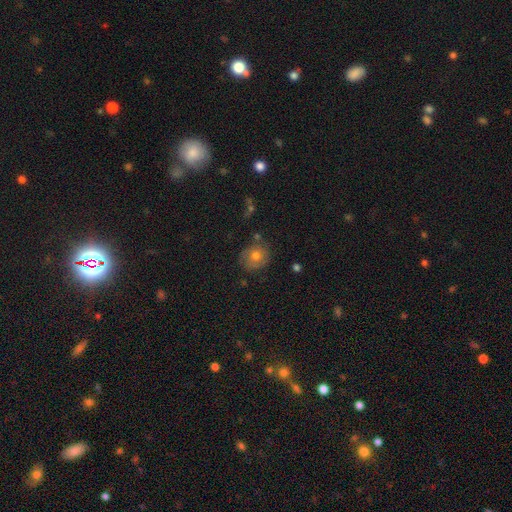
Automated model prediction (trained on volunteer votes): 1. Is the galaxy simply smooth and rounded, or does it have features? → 68% smooth, 22% featured or disk, 10% star or artifact.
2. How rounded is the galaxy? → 75% round, 24% in between, 1% cigar-shaped.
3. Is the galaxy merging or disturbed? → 72% none, 19% minor disturbance, 5% major disturbance, 4% merger.